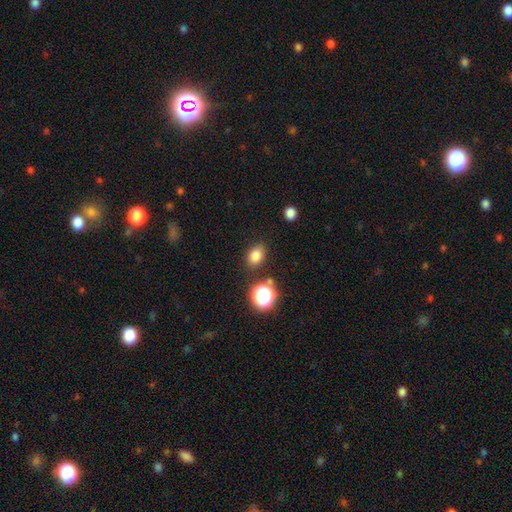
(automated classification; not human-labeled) Q: Smooth or featured?
A: smooth (79%); runner-up: star or artifact (14%)
Q: How rounded?
A: in between (65%); runner-up: round (34%)
Q: Merging?
A: none (81%); runner-up: minor disturbance (11%)